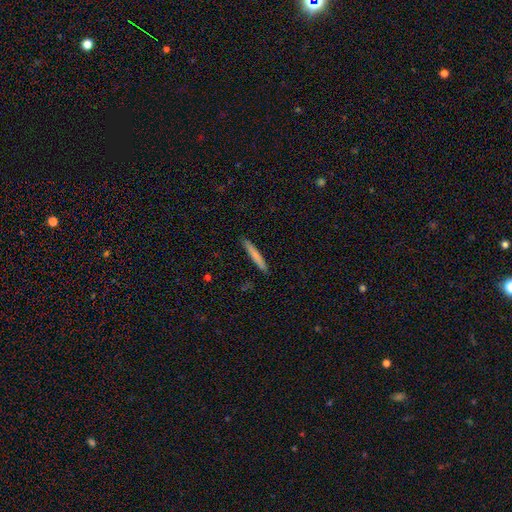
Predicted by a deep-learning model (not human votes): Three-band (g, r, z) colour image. It shows a smooth galaxy with no disk features (75%) that is cigar-shaped (96%). Merging: none (90%).